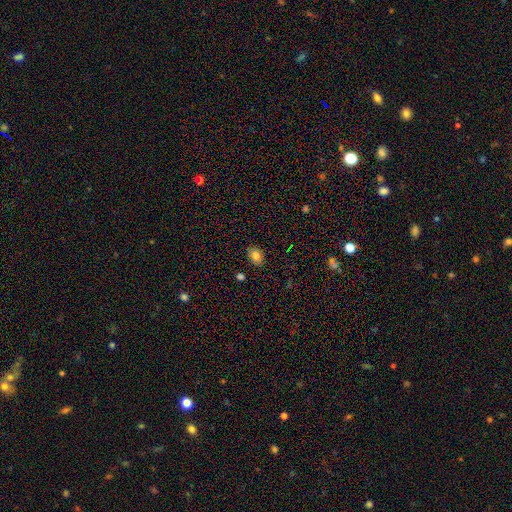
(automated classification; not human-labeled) Smooth or featured? Predicted: smooth (p=0.82). How rounded? Predicted: in between (p=0.73). Merging? Predicted: none (p=0.87).